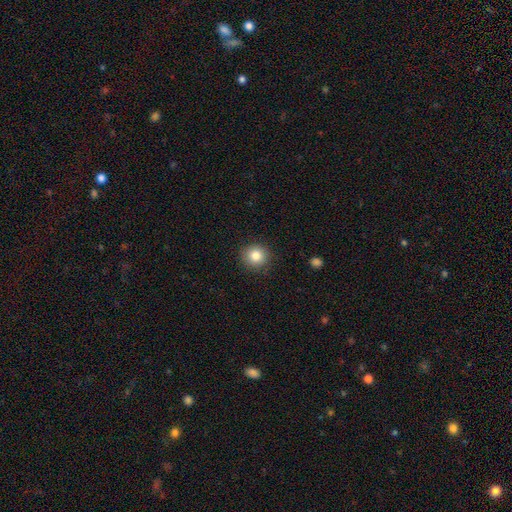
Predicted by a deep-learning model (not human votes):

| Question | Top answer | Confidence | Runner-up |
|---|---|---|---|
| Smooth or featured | smooth | 83% | star or artifact (10%) |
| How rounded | round | 92% | in between (7%) |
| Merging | none | 90% | minor disturbance (7%) |